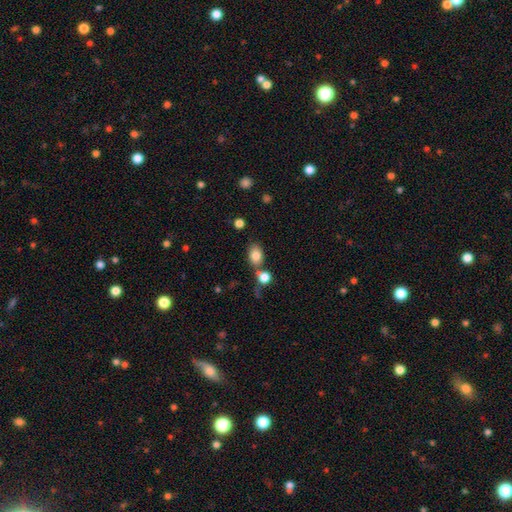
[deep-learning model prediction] Smooth or featured? smooth (83%)
How rounded? in between (71%)
Merging? none (57%)